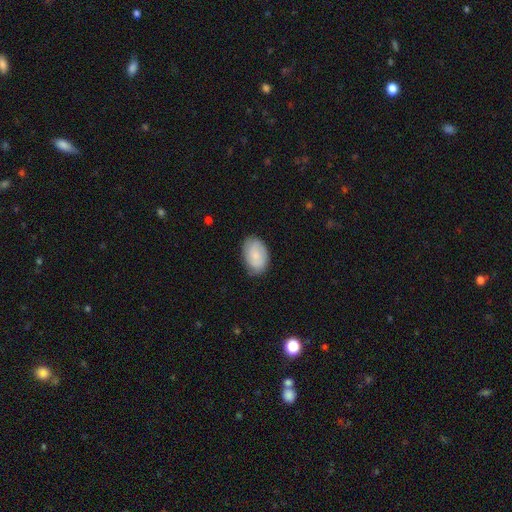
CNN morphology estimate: A smooth galaxy with no disk features (72%) that is in between round and cigar-shaped (90%). Merging: none (77%).